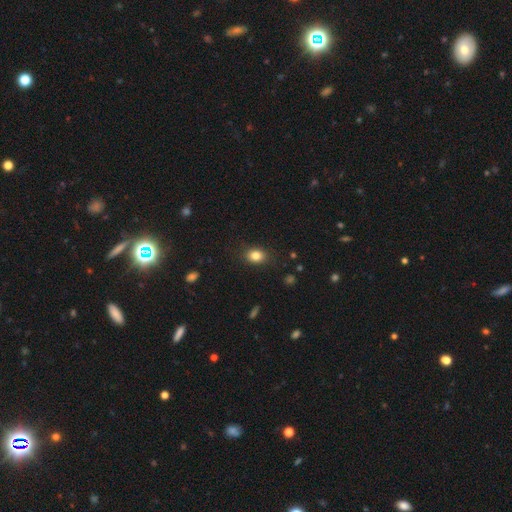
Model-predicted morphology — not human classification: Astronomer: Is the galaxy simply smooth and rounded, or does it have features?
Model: smooth — 83%.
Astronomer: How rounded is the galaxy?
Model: in between — 63%.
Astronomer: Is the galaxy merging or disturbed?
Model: none — 85%.